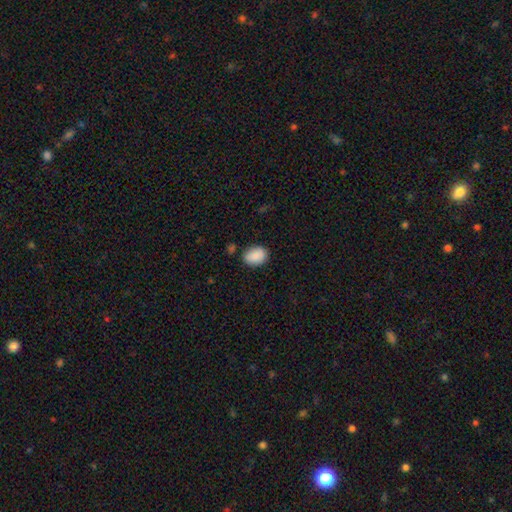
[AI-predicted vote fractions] smooth 89%, star or artifact 7%, featured or disk 4%. Down the decision tree: how rounded — in between (75%); merging — none (79%).